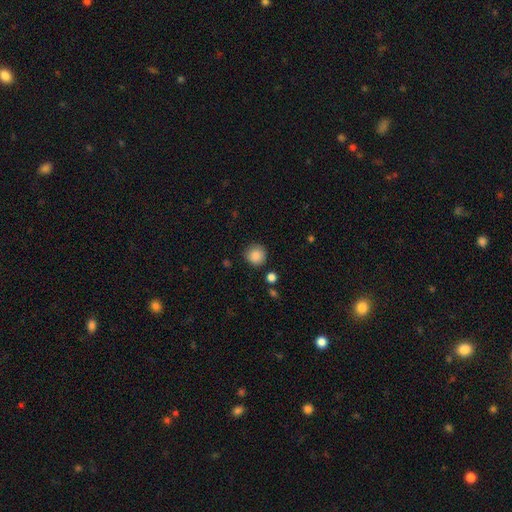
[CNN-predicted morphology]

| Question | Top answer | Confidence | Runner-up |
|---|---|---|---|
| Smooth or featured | smooth | 87% | star or artifact (9%) |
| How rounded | round | 93% | in between (6%) |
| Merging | none | 86% | minor disturbance (9%) |